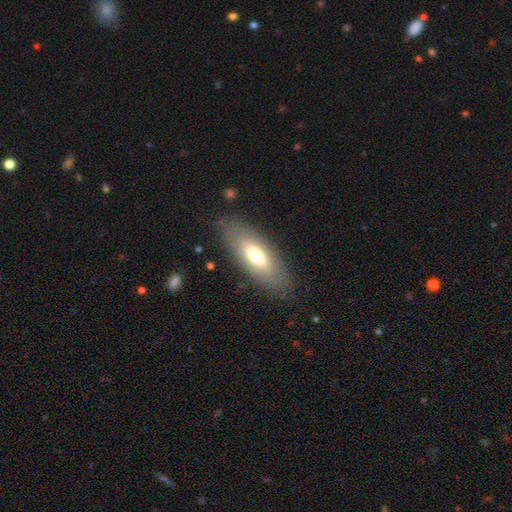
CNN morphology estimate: smooth 65%, featured or disk 29%, star or artifact 7%. Down the decision tree: how rounded — in between (75%); merging — none (83%).